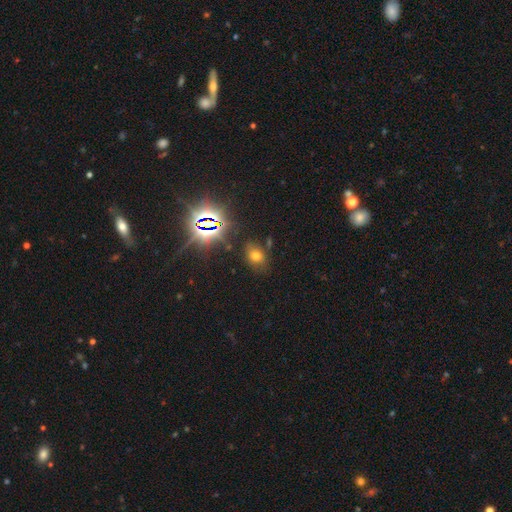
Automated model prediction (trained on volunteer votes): This appears to be a smooth galaxy with no disk features (55%) that is in between round and cigar-shaped (68%). Merging: none (74%).